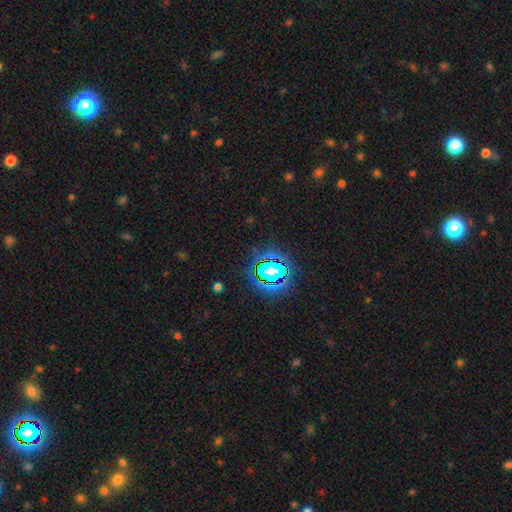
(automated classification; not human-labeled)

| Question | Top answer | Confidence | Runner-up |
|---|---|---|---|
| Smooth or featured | star or artifact | 80% | smooth (12%) |